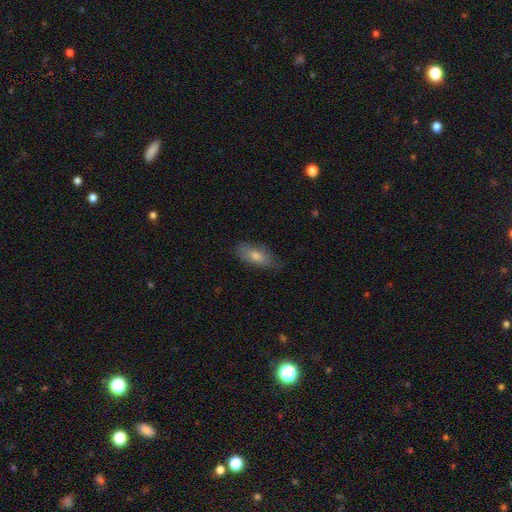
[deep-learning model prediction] The model was most divided on "smooth or featured": smooth: 70%, featured or disk: 22%, star or artifact: 8%. More confident: how rounded — in between (80%); merging — none (74%).